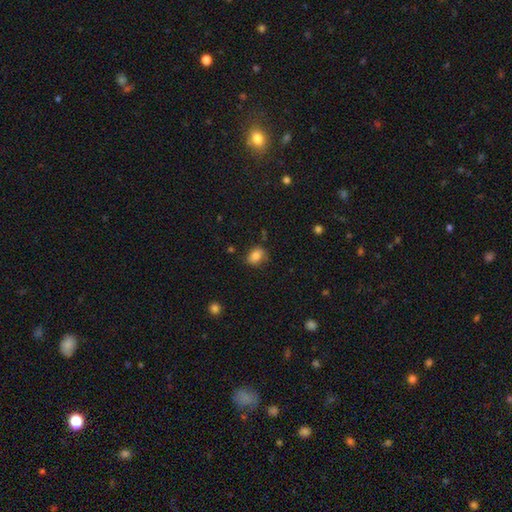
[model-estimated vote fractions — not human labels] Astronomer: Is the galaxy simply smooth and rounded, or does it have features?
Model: smooth — 81%.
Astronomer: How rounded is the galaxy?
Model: in between — 65%.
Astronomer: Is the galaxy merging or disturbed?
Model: none — 71%.